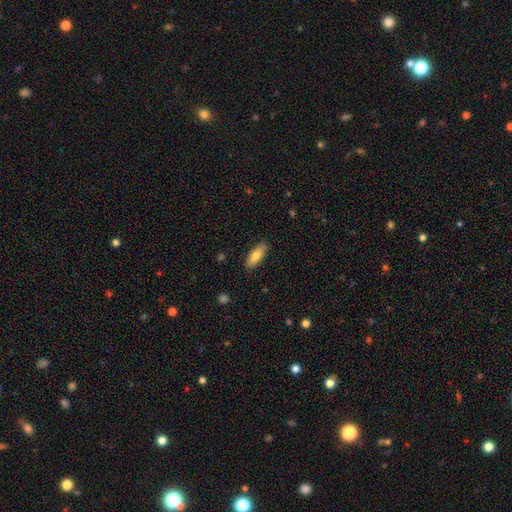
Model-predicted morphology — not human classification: This appears to be a smooth galaxy with no disk features (77%) that is in between round and cigar-shaped (63%). Merging: none (88%).